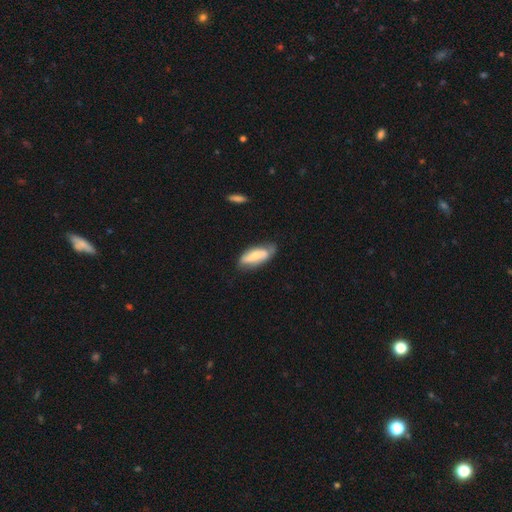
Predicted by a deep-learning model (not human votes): Smooth or featured: smooth — 65% (featured or disk — 29%)
How rounded: in between — 71% (cigar-shaped — 27%)
Merging: none — 57% (minor disturbance — 32%)